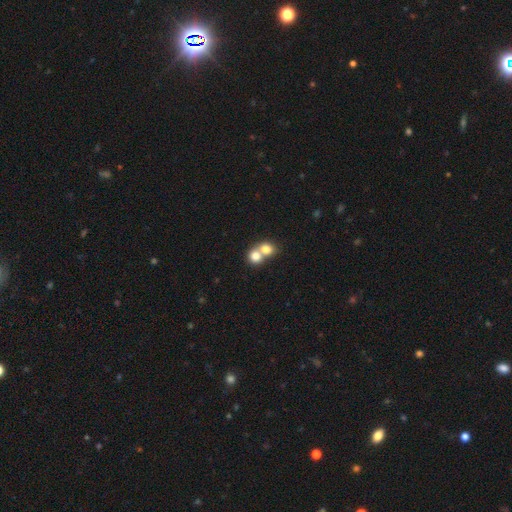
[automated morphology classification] smooth-or-featured: smooth: 77% | featured or disk: 14% | star or artifact: 10%
  how-rounded: round: 74% | in between: 25% | cigar-shaped: 1%
  merging: merger: 67% | none: 26% | minor disturbance: 4% | major disturbance: 2%